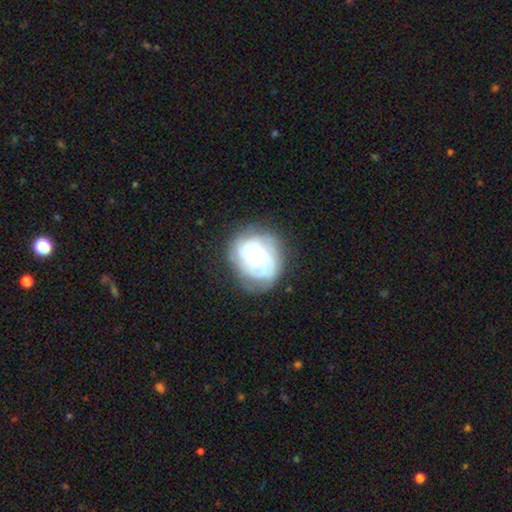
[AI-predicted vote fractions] Smooth or featured? Predicted: featured or disk (p=0.68). Edge-on disk? Predicted: no (p=0.98). Bar? Predicted: no (p=0.67). Spiral arms? Predicted: yes (p=0.78). Spiral winding? Predicted: tight (p=0.61). Spiral arm count? Predicted: can't tell (p=0.46). Bulge size? Predicted: small (p=0.51). Merging? Predicted: none (p=0.63).